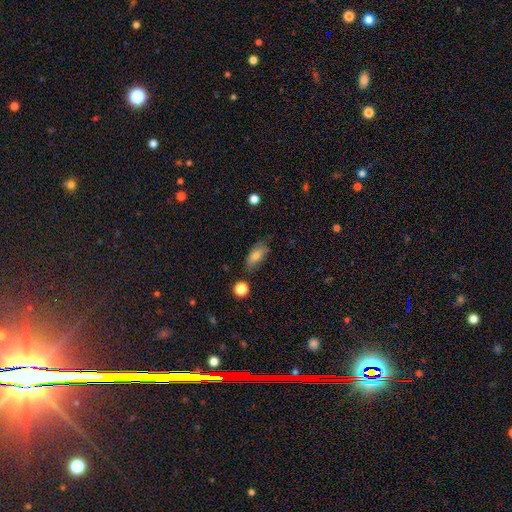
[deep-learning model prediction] Smooth or featured? smooth (74%)
How rounded? in between (83%)
Merging? none (71%)